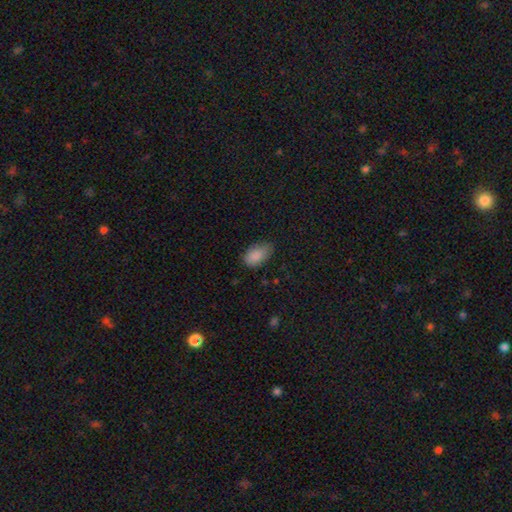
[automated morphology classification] Overall: smooth (88%). How rounded: in between (91%). Merging: none (70%).